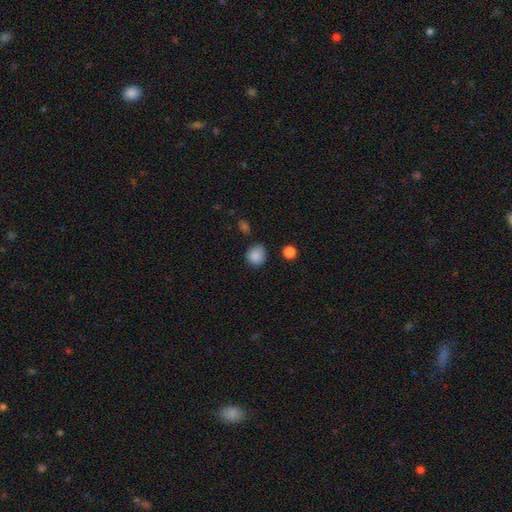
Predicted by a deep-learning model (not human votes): Q: Smooth or featured?
A: smooth (86%); runner-up: star or artifact (10%)
Q: How rounded?
A: round (82%); runner-up: in between (17%)
Q: Merging?
A: none (75%); runner-up: minor disturbance (18%)